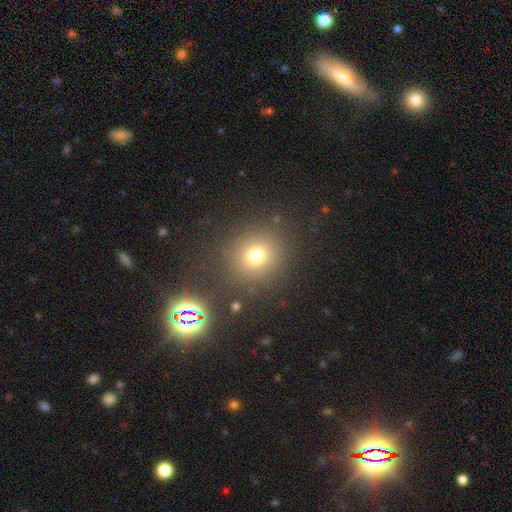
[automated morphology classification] Smooth or featured? smooth (72%)
How rounded? round (87%)
Merging? none (83%)